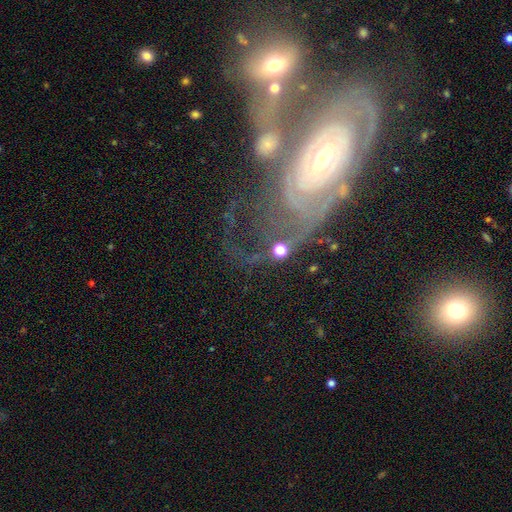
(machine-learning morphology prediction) featured or disk 82%, smooth 10%, star or artifact 8%. Down the decision tree: edge-on disk — no (93%); bar — no (72%); spiral arms — yes (87%); spiral arm count — can't tell (46%); spiral winding — tight (74%); bulge size — small (60%); merging — none (53%).